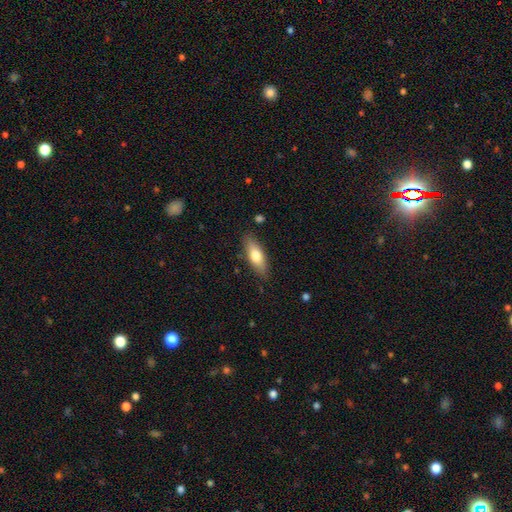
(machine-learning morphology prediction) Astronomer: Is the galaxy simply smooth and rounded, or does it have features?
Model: smooth — 69%.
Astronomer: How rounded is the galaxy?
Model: in between — 64%.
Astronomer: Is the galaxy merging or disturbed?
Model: none — 84%.